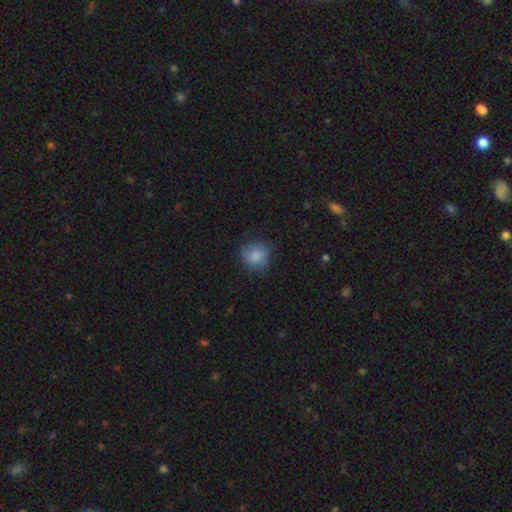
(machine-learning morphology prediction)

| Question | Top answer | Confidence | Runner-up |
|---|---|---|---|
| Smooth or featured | smooth | 82% | star or artifact (9%) |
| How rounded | round | 82% | in between (17%) |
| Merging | none | 71% | minor disturbance (21%) |